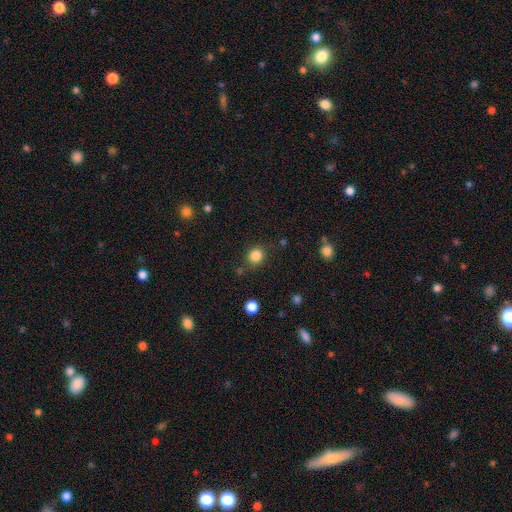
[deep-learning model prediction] Smooth or featured? Predicted: smooth (p=0.85). How rounded? Predicted: round (p=0.82). Merging? Predicted: none (p=0.82).